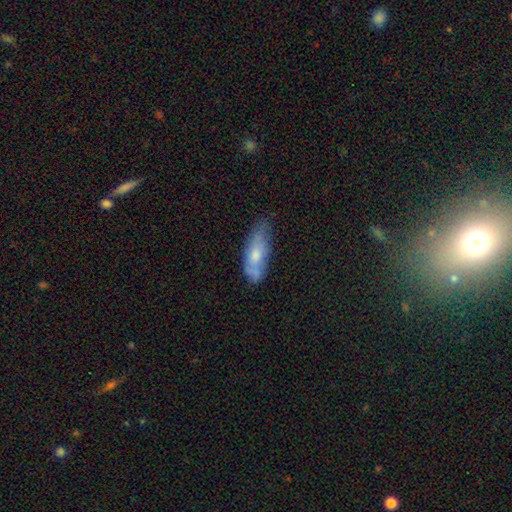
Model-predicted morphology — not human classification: A smooth galaxy with no disk features (61%) that is in between round and cigar-shaped (67%).

Vote fractions:
- Smooth or featured? smooth: 61% / featured or disk: 32% / star or artifact: 7%
- How rounded? in between: 67% / cigar-shaped: 31% / round: 2%
- Merging? none: 49% / minor disturbance: 36% / major disturbance: 10% / merger: 4%